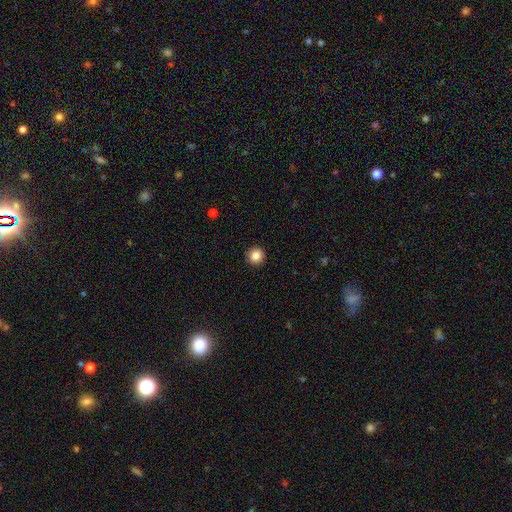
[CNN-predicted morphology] Smooth or featured? smooth (85%)
How rounded? round (95%)
Merging? none (93%)